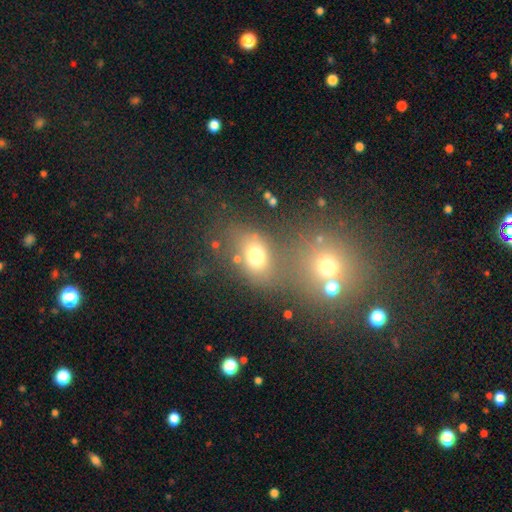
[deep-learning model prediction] smooth-or-featured: smooth: 68% | star or artifact: 17% | featured or disk: 15%
  how-rounded: in between: 59% | round: 39% | cigar-shaped: 2%
  merging: none: 47% | merger: 32% | minor disturbance: 13% | major disturbance: 8%